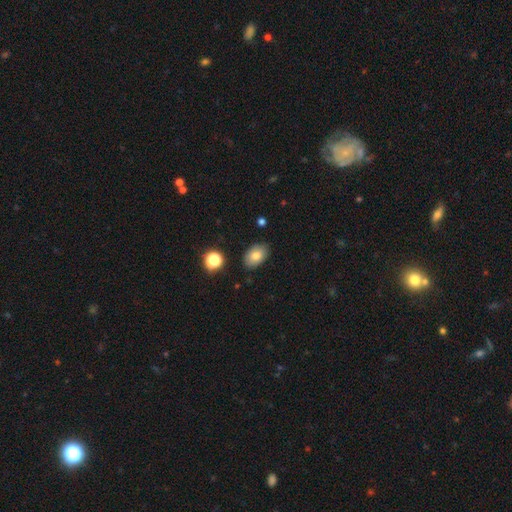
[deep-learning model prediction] This is clearly a smooth galaxy (80%). How rounded: clearly in between (86%). Merging: clearly none (84%).